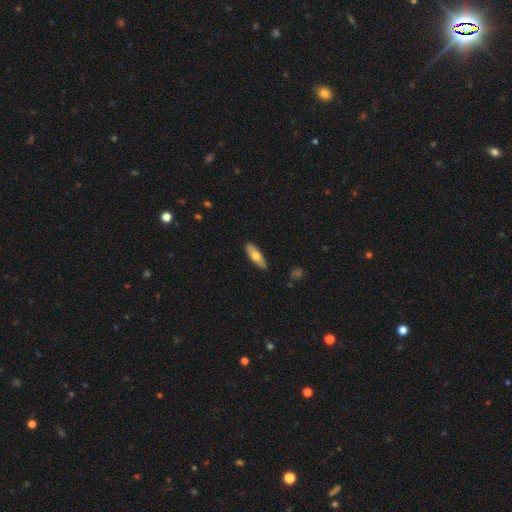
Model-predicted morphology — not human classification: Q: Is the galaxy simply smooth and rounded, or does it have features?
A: smooth — 62%.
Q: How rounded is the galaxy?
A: in between — 55%.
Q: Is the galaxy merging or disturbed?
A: none — 86%.